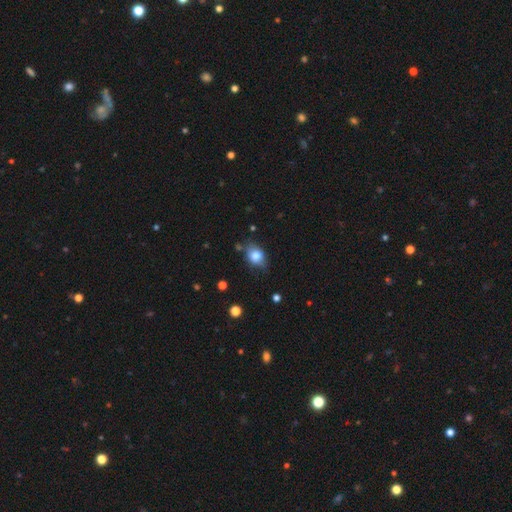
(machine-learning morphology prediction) A smooth galaxy with no disk features (77%) that is in between round and cigar-shaped (70%). Merging: none (69%).